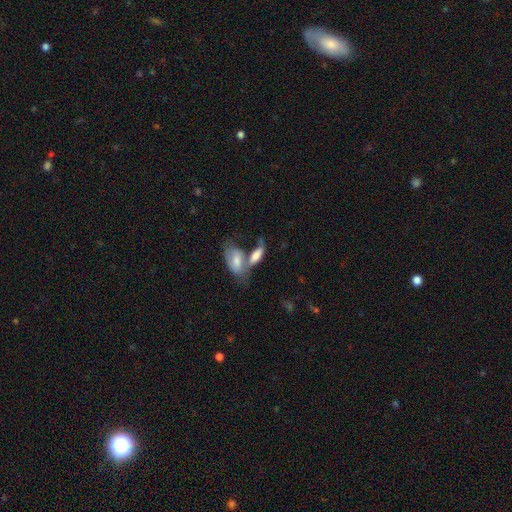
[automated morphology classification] This is likely a smooth galaxy (67%). How rounded: clearly in between (83%). Merging: possibly merger (60%).